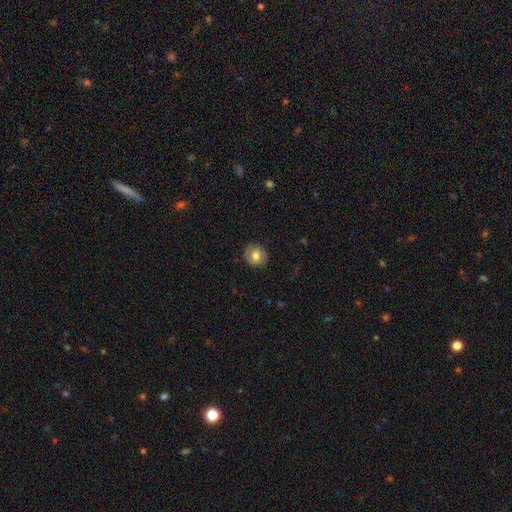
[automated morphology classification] smooth 65%, featured or disk 27%, star or artifact 8%. Down the decision tree: how rounded — round (75%); merging — none (83%).